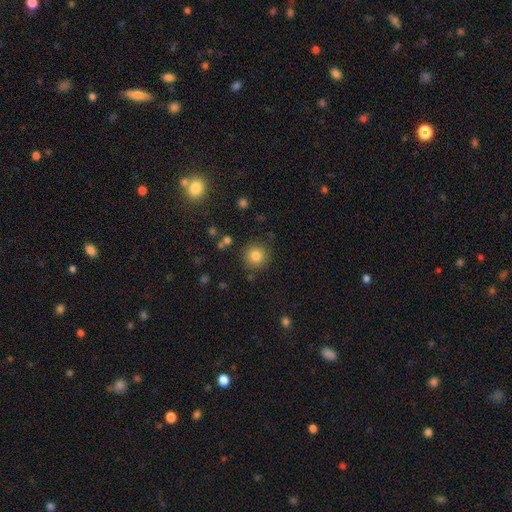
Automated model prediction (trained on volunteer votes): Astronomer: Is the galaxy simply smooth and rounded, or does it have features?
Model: smooth — 81%.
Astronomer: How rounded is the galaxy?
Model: round — 94%.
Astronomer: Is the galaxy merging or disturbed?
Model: none — 87%.